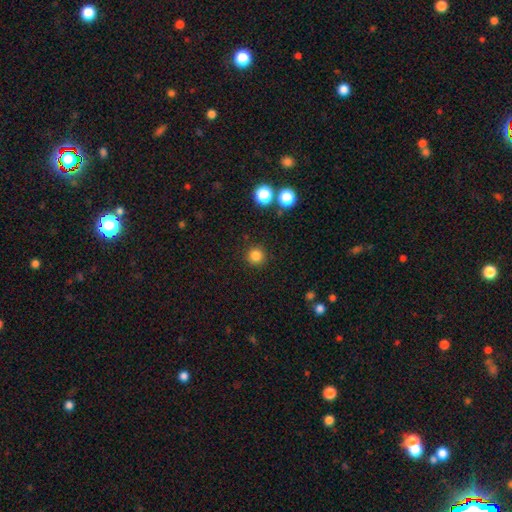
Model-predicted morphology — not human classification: smooth 83%, star or artifact 13%, featured or disk 4%. Down the decision tree: how rounded — round (95%); merging — none (91%).